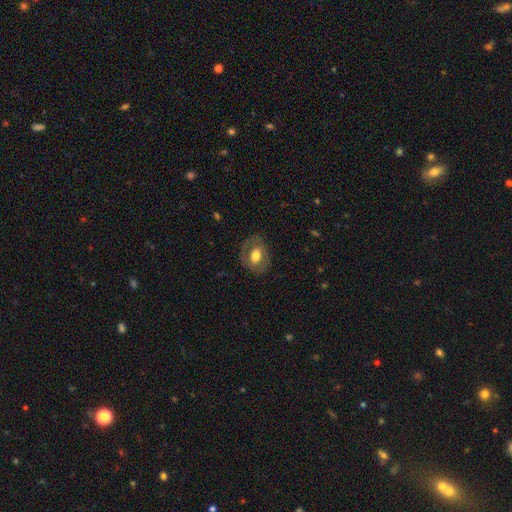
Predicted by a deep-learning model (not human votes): This appears to be a smooth galaxy with no disk features (54%) that is in between round and cigar-shaped (56%). Merging: none (78%).